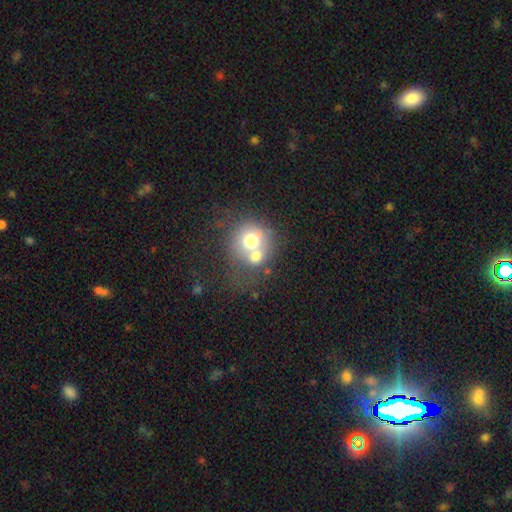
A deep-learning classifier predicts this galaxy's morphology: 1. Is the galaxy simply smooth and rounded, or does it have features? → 64% smooth, 24% featured or disk, 11% star or artifact.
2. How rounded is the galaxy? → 81% round, 18% in between, 1% cigar-shaped.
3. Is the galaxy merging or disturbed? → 56% merger, 30% none, 8% minor disturbance, 6% major disturbance.